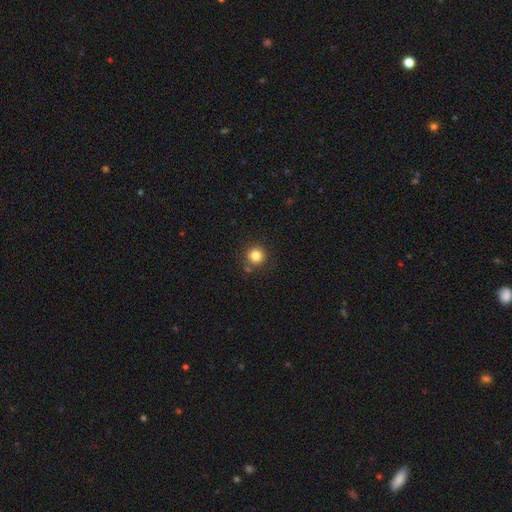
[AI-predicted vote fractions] smooth-or-featured: smooth: 82% | star or artifact: 12% | featured or disk: 5%
  how-rounded: round: 94% | in between: 5% | cigar-shaped: 1%
  merging: none: 84% | minor disturbance: 8% | merger: 5% | major disturbance: 2%